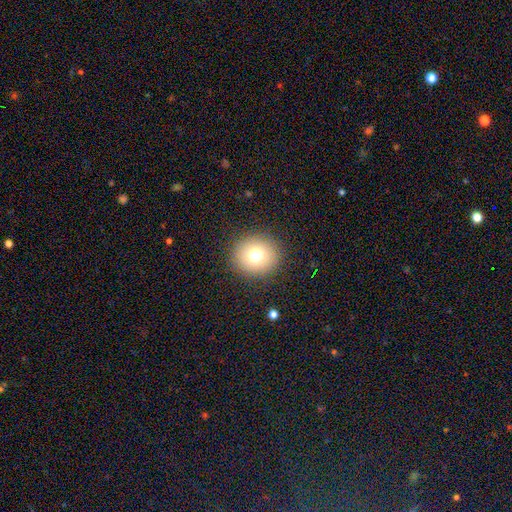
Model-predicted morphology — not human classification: Smooth or featured?
  - smooth: 72% *
  - star or artifact: 15%
  - featured or disk: 13%
How rounded?
  - round: 86% *
  - in between: 13%
  - cigar-shaped: 1%
Merging?
  - none: 89% *
  - minor disturbance: 7%
  - major disturbance: 3%
  - merger: 1%